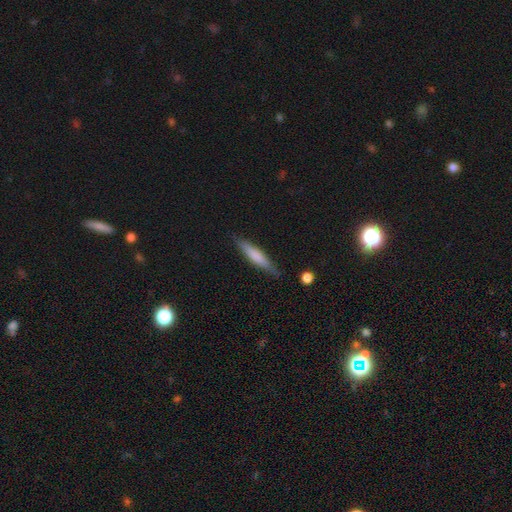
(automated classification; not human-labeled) smooth 64%, featured or disk 30%, star or artifact 6%. Down the decision tree: how rounded — cigar-shaped (87%); merging — none (83%).